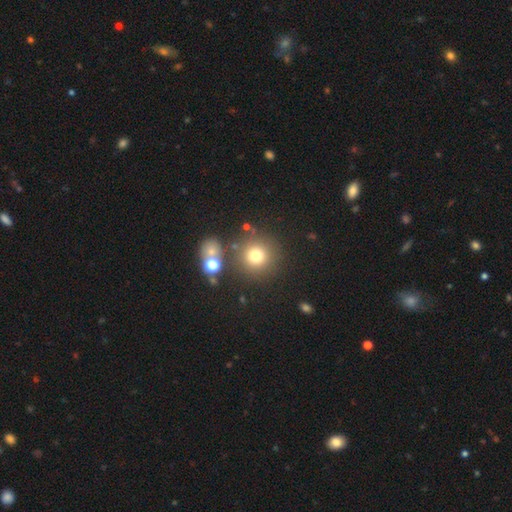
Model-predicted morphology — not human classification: smooth 75%, star or artifact 16%, featured or disk 9%. Down the decision tree: how rounded — round (94%); merging — none (79%).